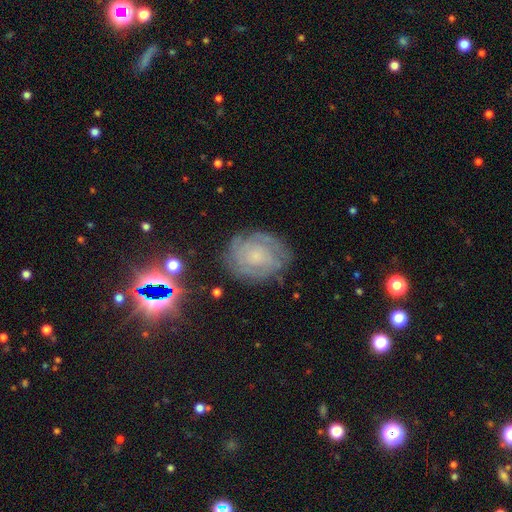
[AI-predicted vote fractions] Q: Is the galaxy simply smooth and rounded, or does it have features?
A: featured or disk — 70%.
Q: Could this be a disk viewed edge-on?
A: no — 97%.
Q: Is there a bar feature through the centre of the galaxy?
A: no — 76%.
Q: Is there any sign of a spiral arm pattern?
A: yes — 90%.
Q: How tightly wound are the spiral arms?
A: tight — 73%.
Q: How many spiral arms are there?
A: can't tell — 44%.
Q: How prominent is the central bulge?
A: small — 62%.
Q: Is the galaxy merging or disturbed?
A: none — 76%.